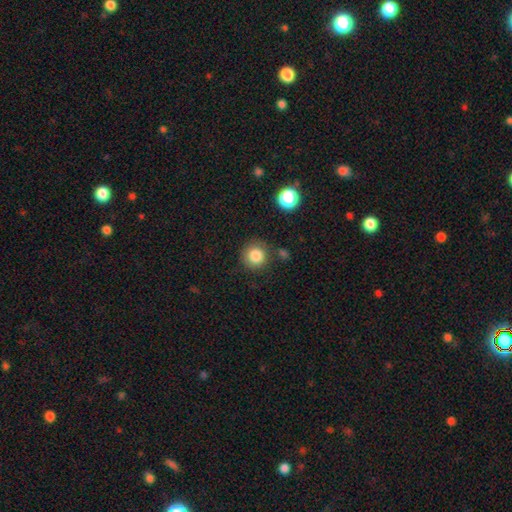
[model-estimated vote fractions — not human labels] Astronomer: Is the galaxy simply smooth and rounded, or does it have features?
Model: smooth — 84%.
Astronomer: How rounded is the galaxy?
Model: round — 93%.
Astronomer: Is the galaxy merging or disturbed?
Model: none — 81%.